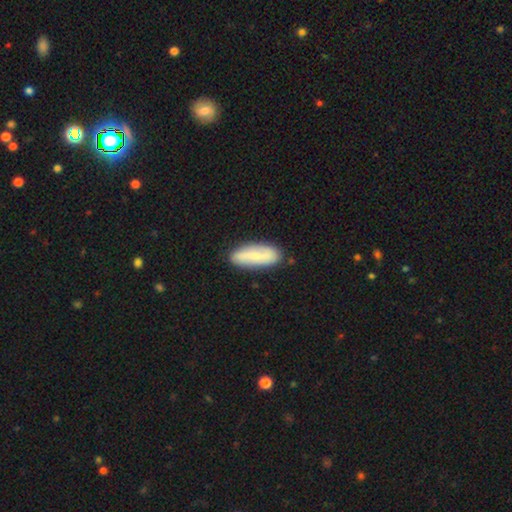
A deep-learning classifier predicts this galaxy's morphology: Smooth or featured?
  - smooth: 63% *
  - featured or disk: 30%
  - star or artifact: 6%
How rounded?
  - in between: 61% *
  - cigar-shaped: 37%
  - round: 2%
Merging?
  - none: 85% *
  - minor disturbance: 11%
  - major disturbance: 2%
  - merger: 2%